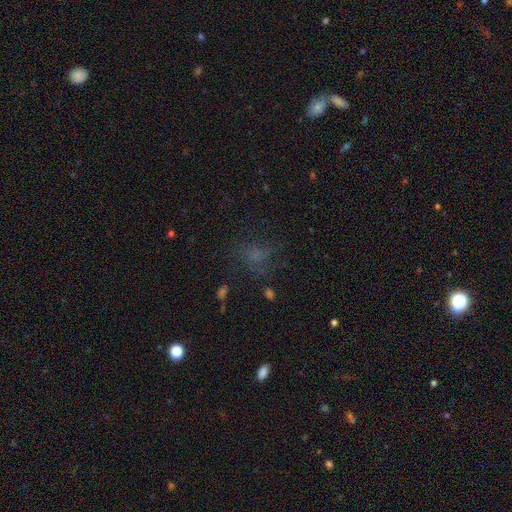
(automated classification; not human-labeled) Q: Smooth or featured?
A: smooth (51%); runner-up: star or artifact (28%)
Q: How rounded?
A: round (54%); runner-up: in between (44%)
Q: Merging?
A: none (56%); runner-up: major disturbance (23%)